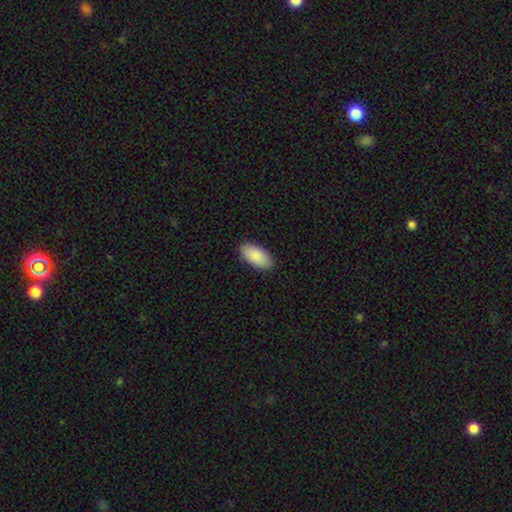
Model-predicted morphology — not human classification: Smooth or featured? Predicted: smooth (p=0.89). How rounded? Predicted: in between (p=0.94). Merging? Predicted: none (p=0.88).